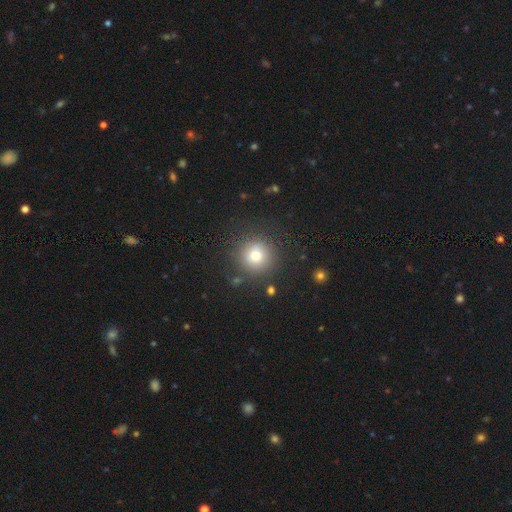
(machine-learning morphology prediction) Overall: smooth (74%). How rounded: round (94%). Merging: none (86%).